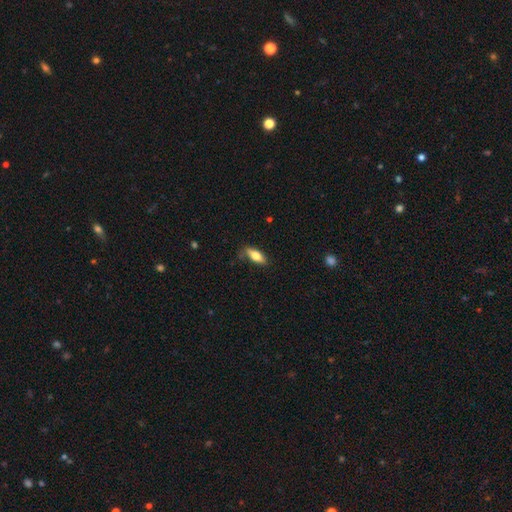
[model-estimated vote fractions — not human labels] A smooth galaxy with no disk features (72%) that is in between round and cigar-shaped (72%). Merging: none (70%).